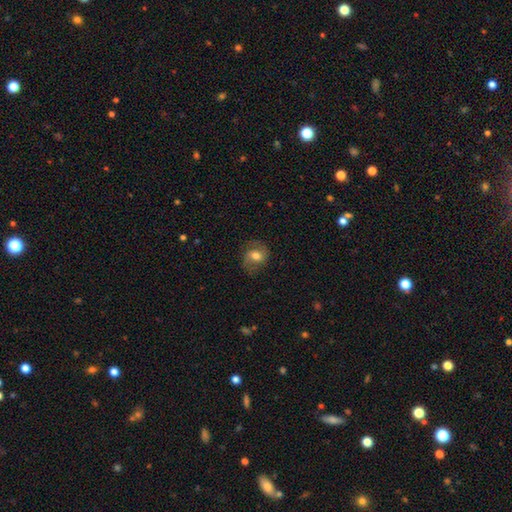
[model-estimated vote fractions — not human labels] Q: Smooth or featured?
A: featured or disk (49%); runner-up: smooth (43%)
Q: Merging?
A: none (70%); runner-up: minor disturbance (19%)